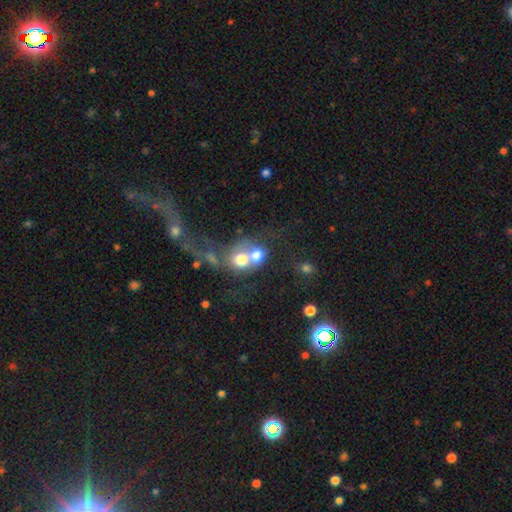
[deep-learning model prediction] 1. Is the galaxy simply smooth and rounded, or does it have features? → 62% smooth, 26% featured or disk, 12% star or artifact.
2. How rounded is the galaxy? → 65% round, 33% in between, 1% cigar-shaped.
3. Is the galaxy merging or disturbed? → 71% merger, 15% none, 8% major disturbance, 5% minor disturbance.